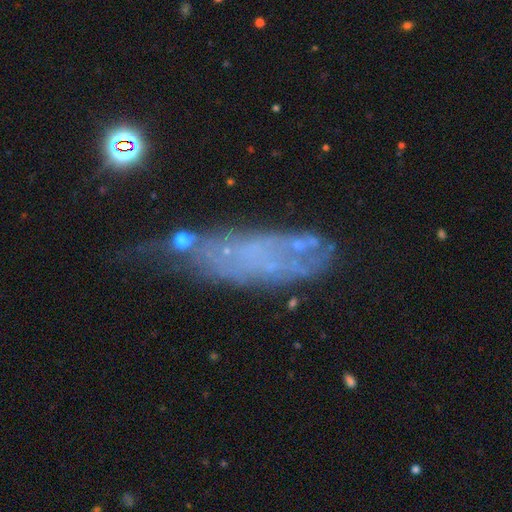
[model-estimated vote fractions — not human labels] Morphology: type=featured or disk (52%); edge-on=no (77%); merging=none (39%).